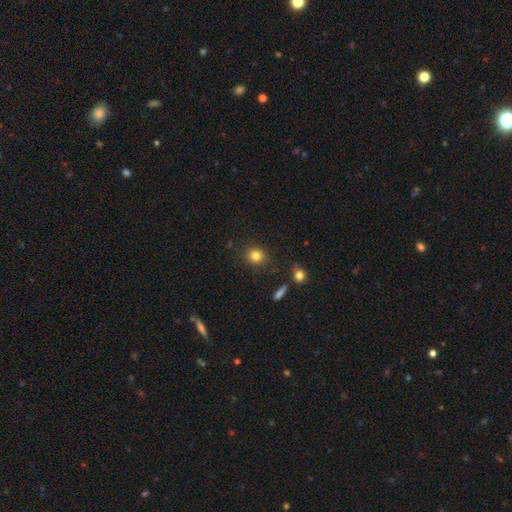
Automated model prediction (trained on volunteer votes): Overall: smooth (83%). How rounded: round (82%). Merging: none (86%).